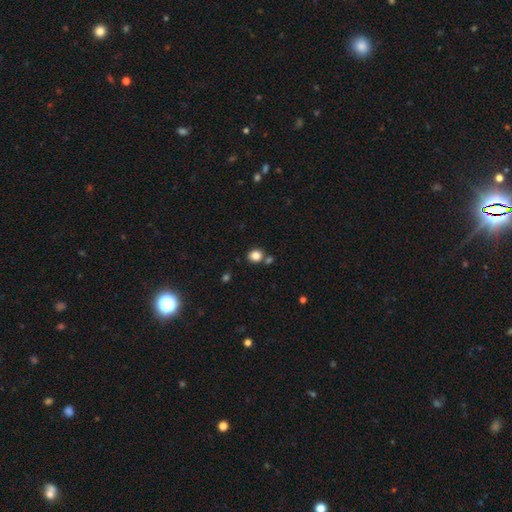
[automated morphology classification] smooth-or-featured: smooth: 83% | star or artifact: 11% | featured or disk: 6%
  how-rounded: round: 69% | in between: 30% | cigar-shaped: 1%
  merging: none: 74% | merger: 14% | minor disturbance: 9% | major disturbance: 3%